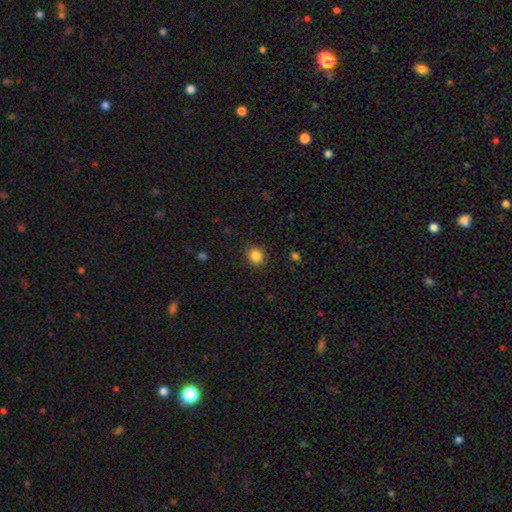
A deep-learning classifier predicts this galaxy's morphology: smooth_or_featured: smooth (p=0.85) [alt: star or artifact p=0.11]
how_rounded: round (p=0.78) [alt: in between p=0.21]
merging: none (p=0.89) [alt: minor disturbance p=0.08]